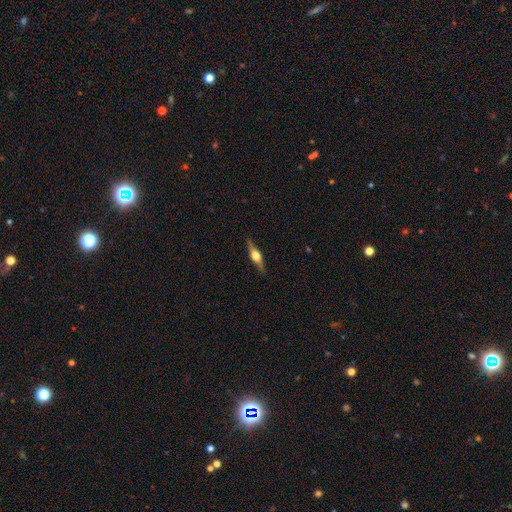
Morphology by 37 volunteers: smooth_or_featured: featured or disk (p=0.70) [alt: smooth p=0.24]
disk_edge_on: yes (p=0.96) [alt: no p=0.04]
edge_on_bulge: rounded (p=0.96) [alt: boxy p=0.04]
merging: none (p=0.97) [alt: minor disturbance p=0.03]